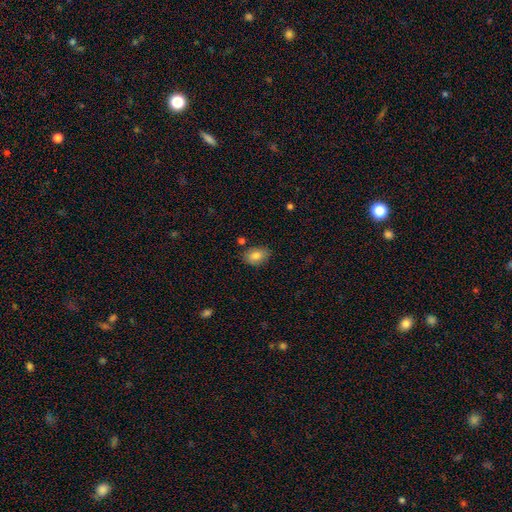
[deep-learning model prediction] Smooth or featured?
  - smooth: 82% *
  - featured or disk: 10%
  - star or artifact: 8%
How rounded?
  - in between: 83% *
  - round: 16%
  - cigar-shaped: 1%
Merging?
  - none: 79% *
  - minor disturbance: 15%
  - merger: 3%
  - major disturbance: 3%